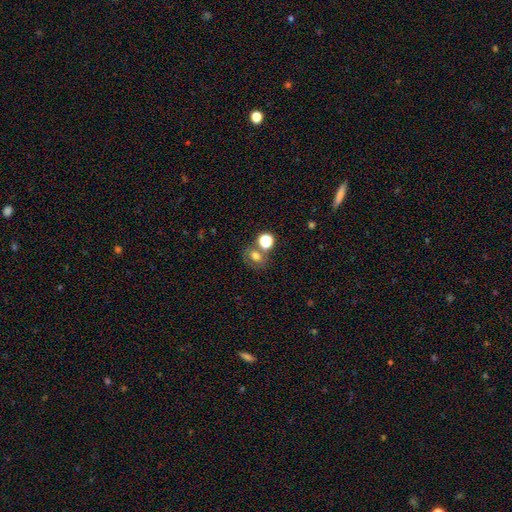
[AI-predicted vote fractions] Smooth or featured? Predicted: smooth (p=0.62). How rounded? Predicted: round (p=0.53). Merging? Predicted: none (p=0.53).